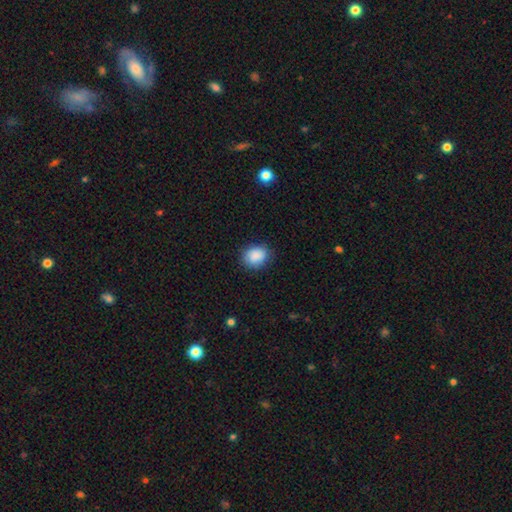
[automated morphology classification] A smooth galaxy with no disk features (89%) that is in between round and cigar-shaped (52%).

Vote fractions:
- Smooth or featured? smooth: 89% / star or artifact: 8% / featured or disk: 4%
- How rounded? in between: 52% / round: 47% / cigar-shaped: 1%
- Merging? none: 82% / minor disturbance: 14% / major disturbance: 3% / merger: 1%